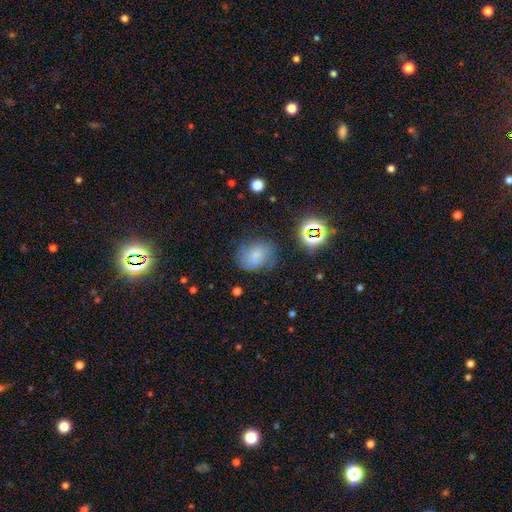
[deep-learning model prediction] A smooth galaxy with no disk features (62%) that is in between round and cigar-shaped (52%).

Vote fractions:
- Smooth or featured? smooth: 62% / featured or disk: 22% / star or artifact: 16%
- How rounded? in between: 52% / round: 47% / cigar-shaped: 1%
- Merging? none: 63% / minor disturbance: 24% / major disturbance: 10% / merger: 3%